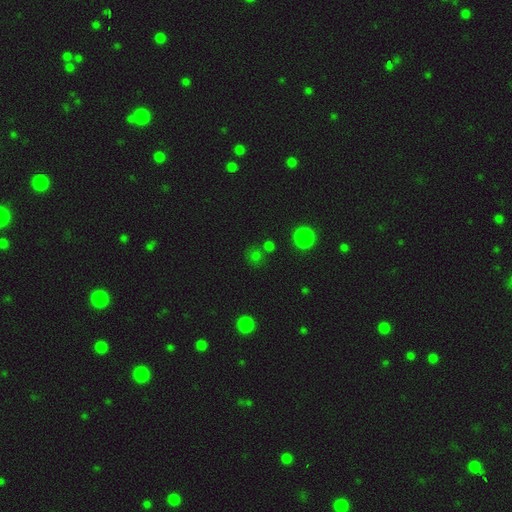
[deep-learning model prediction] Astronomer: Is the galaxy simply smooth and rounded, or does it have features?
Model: smooth — 64%.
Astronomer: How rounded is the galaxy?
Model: round — 87%.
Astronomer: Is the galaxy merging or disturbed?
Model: none — 70%.